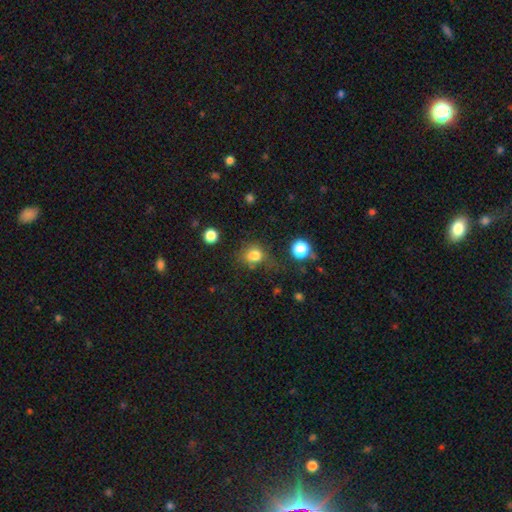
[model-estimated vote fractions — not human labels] A smooth galaxy with no disk features (80%) that is round (74%). Merging: none (60%).